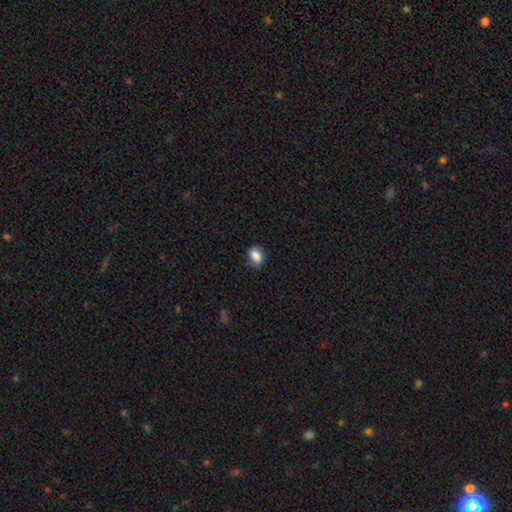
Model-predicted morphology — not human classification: Smooth or featured: smooth — 88% (star or artifact — 8%)
How rounded: in between — 69% (round — 30%)
Merging: none — 81% (minor disturbance — 16%)